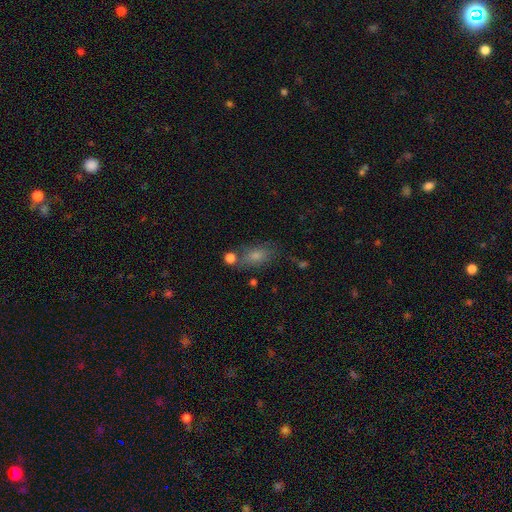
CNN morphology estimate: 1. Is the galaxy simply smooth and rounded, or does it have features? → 74% smooth, 15% featured or disk, 12% star or artifact.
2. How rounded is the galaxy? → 80% in between, 13% round, 7% cigar-shaped.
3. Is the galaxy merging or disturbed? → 60% none, 20% minor disturbance, 12% merger, 8% major disturbance.